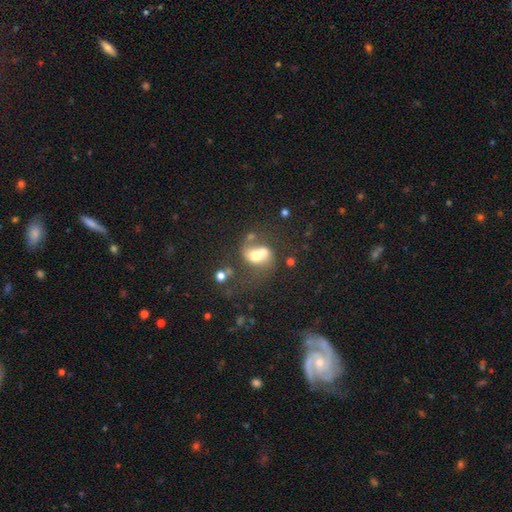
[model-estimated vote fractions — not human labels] smooth-or-featured: smooth: 49% | featured or disk: 38% | star or artifact: 12%
  merging: merger: 63% | none: 18% | major disturbance: 10% | minor disturbance: 8%